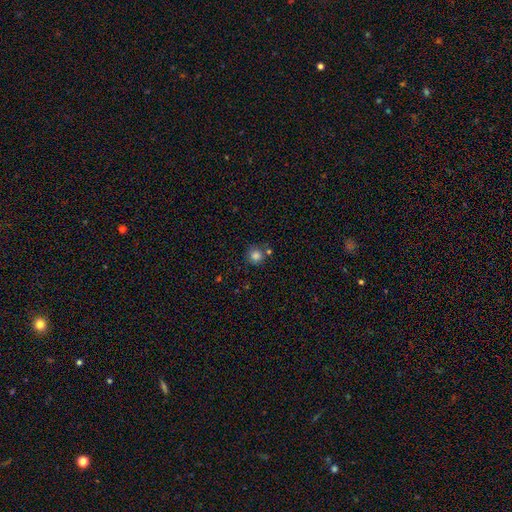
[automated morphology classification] This is clearly a smooth galaxy (83%). How rounded: clearly round (93%). Merging: likely none (71%).